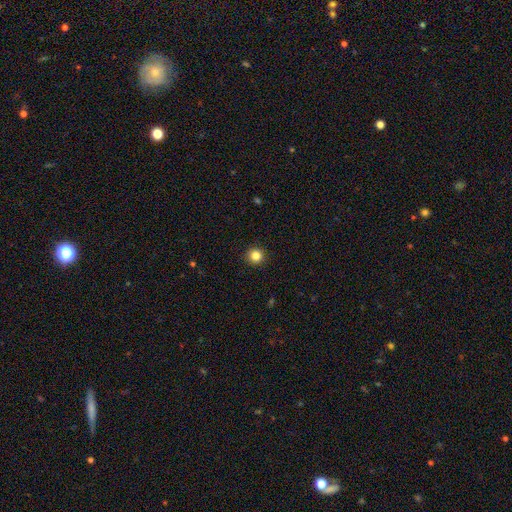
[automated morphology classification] The model was most divided on "smooth or featured": smooth: 85%, star or artifact: 11%, featured or disk: 4%. More confident: how rounded — round (94%); merging — none (92%).